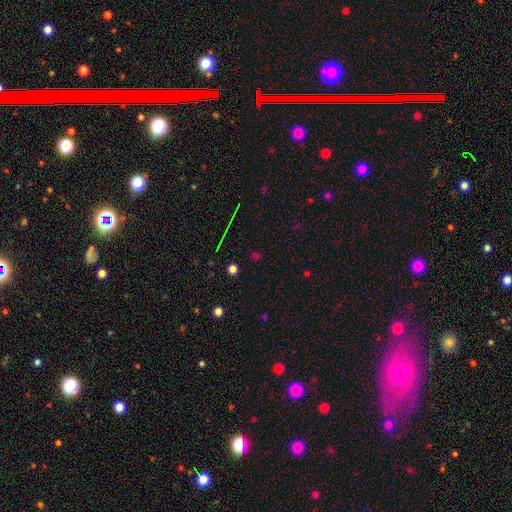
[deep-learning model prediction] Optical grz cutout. It shows a star or artifact, not a galaxy (53%).